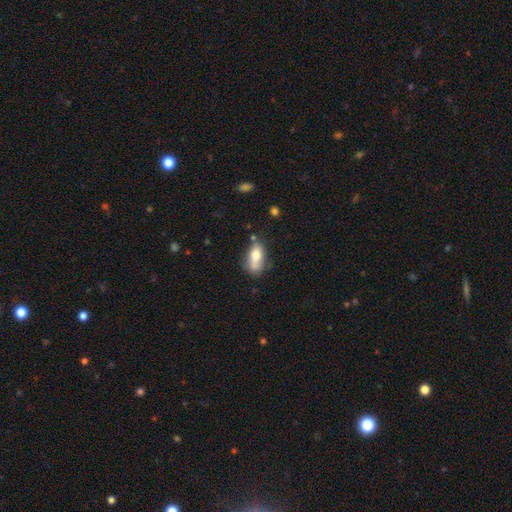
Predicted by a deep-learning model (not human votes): smooth_or_featured: smooth (p=0.70) [alt: featured or disk p=0.23]
how_rounded: in between (p=0.83) [alt: cigar-shaped p=0.12]
merging: none (p=0.51) [alt: minor disturbance p=0.26]